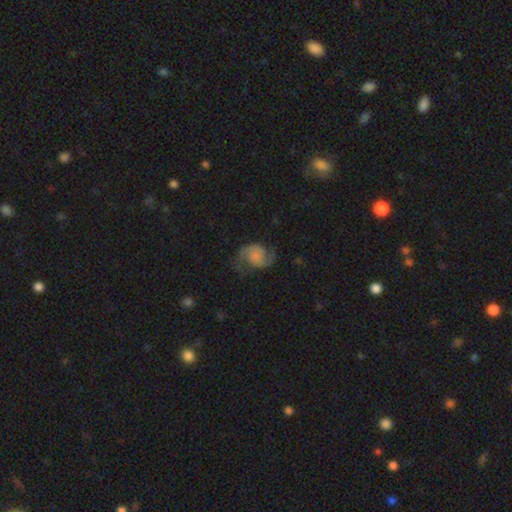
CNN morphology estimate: Q: Smooth or featured?
A: featured or disk (81%); runner-up: smooth (12%)
Q: Edge-on disk?
A: no (98%); runner-up: yes (2%)
Q: Bar?
A: no (71%); runner-up: weak (25%)
Q: Spiral arms?
A: yes (96%); runner-up: no (4%)
Q: Spiral winding?
A: medium (50%); runner-up: loose (35%)
Q: Spiral arm count?
A: 2 (93%); runner-up: can't tell (2%)
Q: Bulge size?
A: small (38%); tied with: none (38%)
Q: Merging?
A: none (71%); runner-up: minor disturbance (17%)